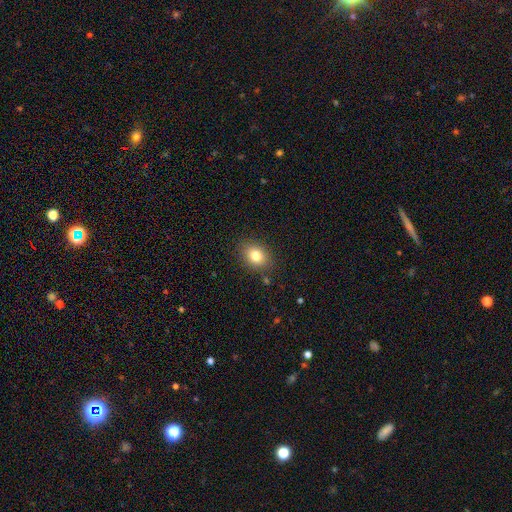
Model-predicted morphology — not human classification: Smooth or featured? smooth (79%)
How rounded? in between (59%)
Merging? none (85%)